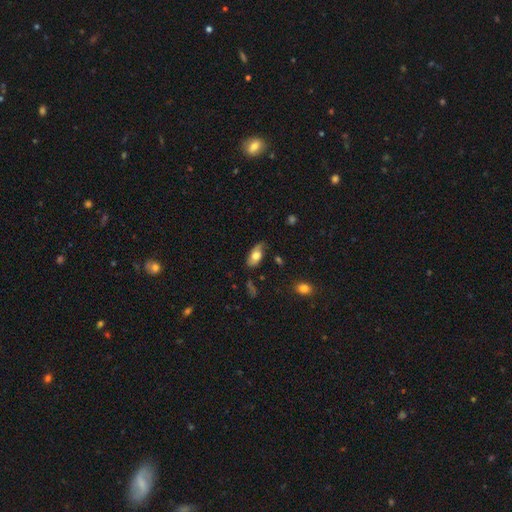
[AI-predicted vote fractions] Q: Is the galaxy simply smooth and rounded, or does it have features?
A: smooth — 67%.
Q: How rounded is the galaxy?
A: in between — 89%.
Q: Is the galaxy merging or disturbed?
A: none — 64%.